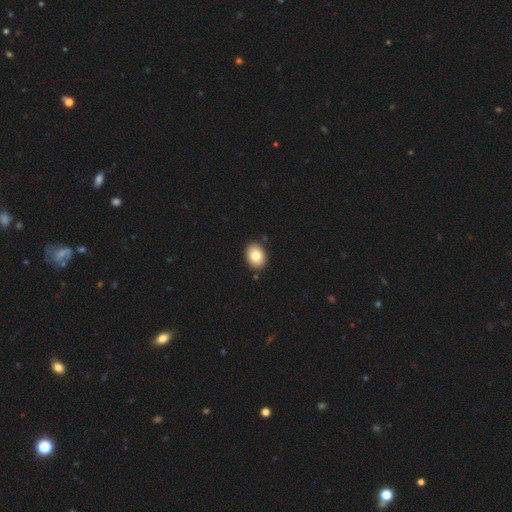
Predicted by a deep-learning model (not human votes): Morphology: type=smooth (80%); roundness=in between (72%); merging=none (89%).